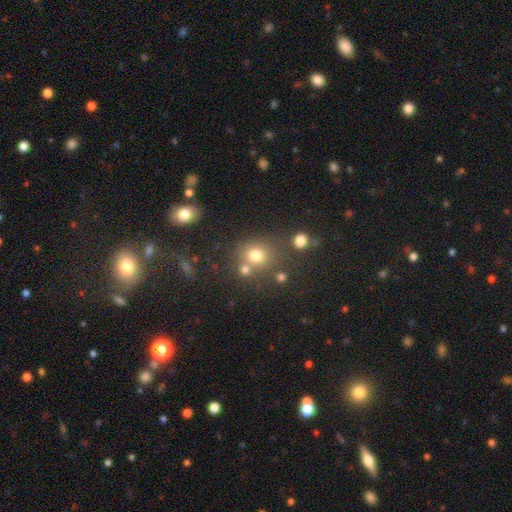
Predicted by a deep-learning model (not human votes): Smooth or featured: smooth — 73% (star or artifact — 17%)
How rounded: round — 81% (in between — 18%)
Merging: none — 61% (merger — 23%)